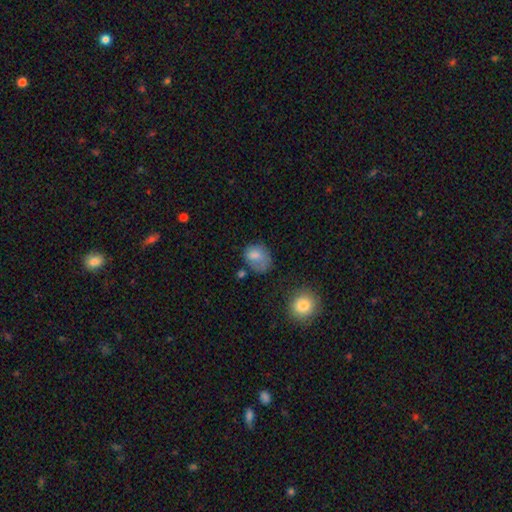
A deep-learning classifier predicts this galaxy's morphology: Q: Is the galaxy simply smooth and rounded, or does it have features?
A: smooth — 76%.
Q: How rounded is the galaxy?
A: in between — 57%.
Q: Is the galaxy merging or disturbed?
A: none — 42%.